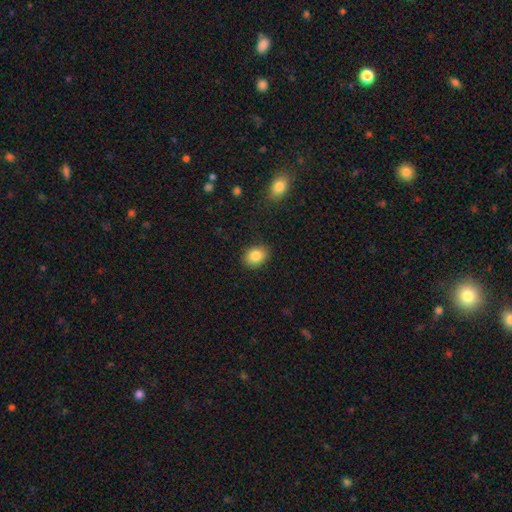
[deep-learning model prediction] smooth-or-featured: smooth: 84% | star or artifact: 9% | featured or disk: 7%
  how-rounded: in between: 54% | round: 45% | cigar-shaped: 1%
  merging: none: 87% | minor disturbance: 9% | major disturbance: 2% | merger: 1%